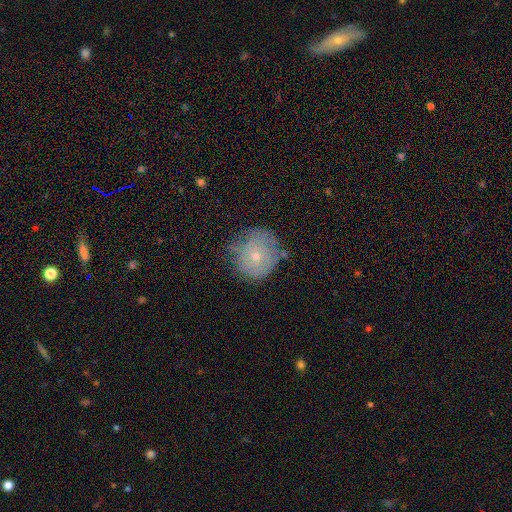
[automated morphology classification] Smooth or featured? Predicted: smooth (p=0.47). Merging? Predicted: none (p=0.67).